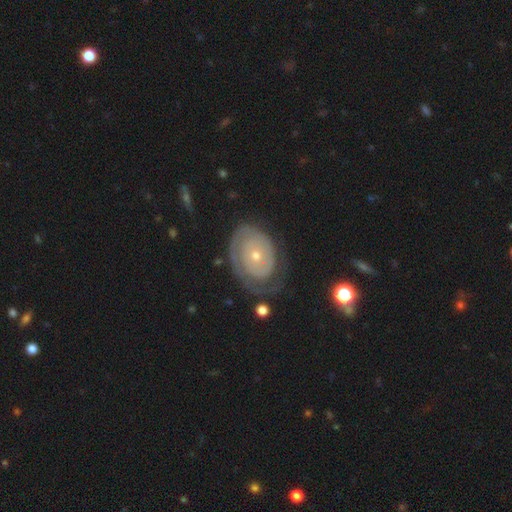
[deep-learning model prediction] This is likely a featured or disk galaxy (76%). It is clearly not viewed edge-on (96%). Bar: clearly no (87%). Spiral arm pattern: likely yes (78%). Spiral arm count: marginally can't tell (37%). Spiral winding: likely tight (78%). Central bulge: likely small (67%). Merging: likely none (61%).